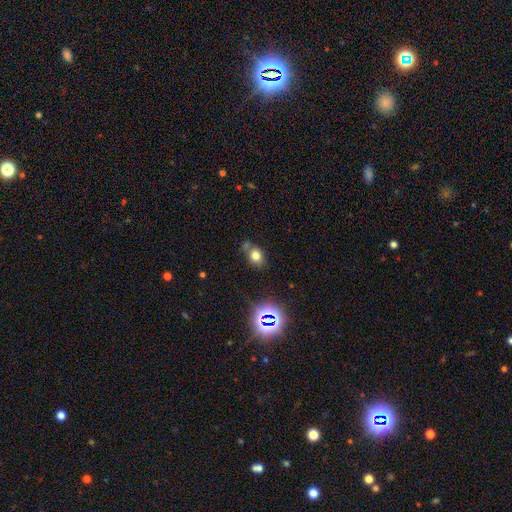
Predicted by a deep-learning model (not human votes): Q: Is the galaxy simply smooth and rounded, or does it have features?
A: smooth — 72%.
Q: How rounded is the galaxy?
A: in between — 56%.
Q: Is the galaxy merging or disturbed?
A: none — 63%.